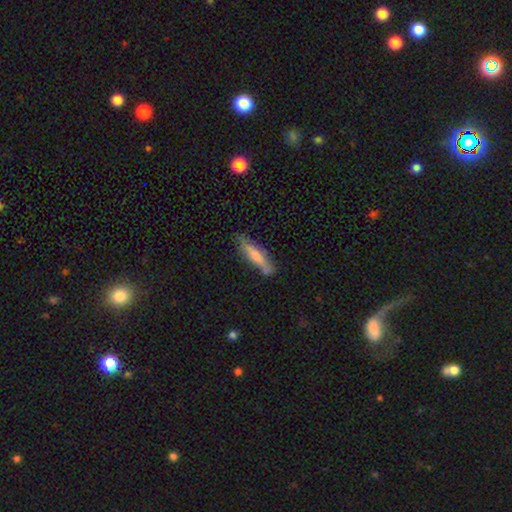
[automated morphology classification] This appears to be a smooth galaxy with no disk features (60%) that is cigar-shaped (82%). Merging: none (76%).